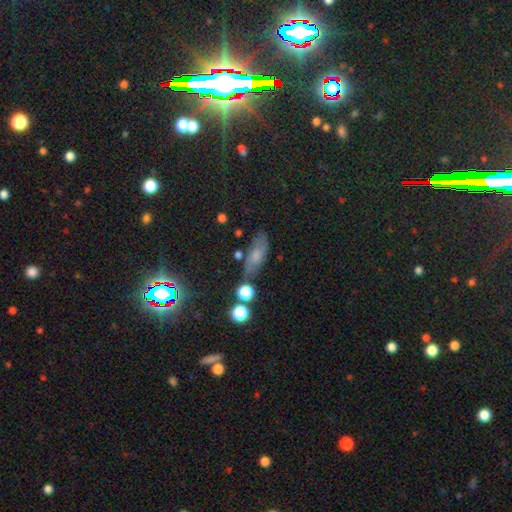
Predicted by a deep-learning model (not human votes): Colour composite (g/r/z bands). It shows a smooth galaxy with no disk features (60%) that is in between round and cigar-shaped (64%). Merging: none (65%).